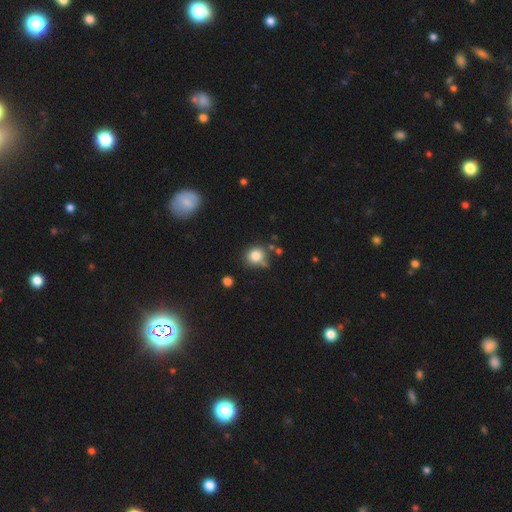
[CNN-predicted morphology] A smooth galaxy with no disk features (81%) that is round (85%). Merging: none (70%).